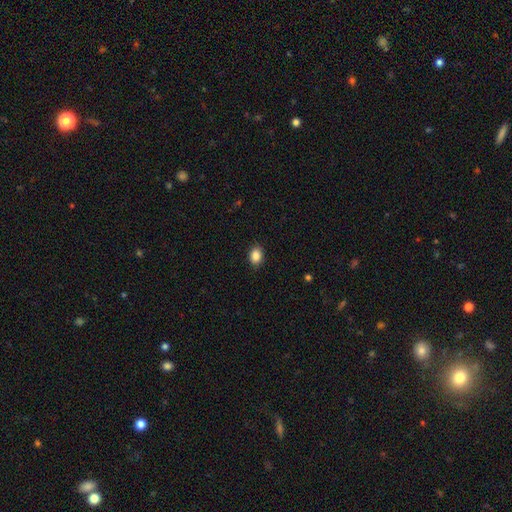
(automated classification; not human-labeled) Smooth or featured? Predicted: smooth (p=0.88). How rounded? Predicted: in between (p=0.70). Merging? Predicted: none (p=0.88).